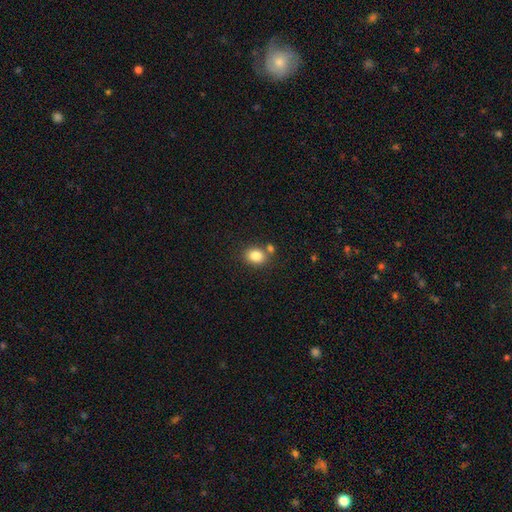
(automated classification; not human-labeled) This is clearly a smooth galaxy (84%). How rounded: possibly in between (55%). Merging: likely none (69%).